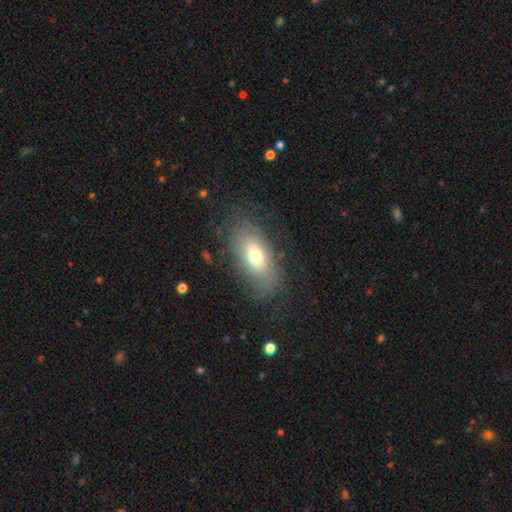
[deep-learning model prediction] A smooth galaxy with no disk features (60%) that is in between round and cigar-shaped (88%). Merging: none (71%).